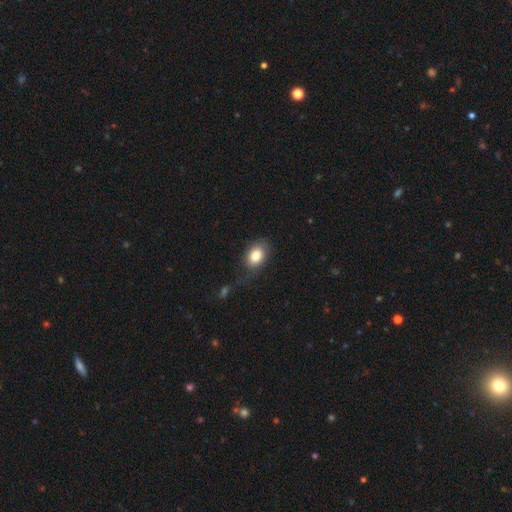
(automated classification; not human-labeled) A smooth galaxy with no disk features (81%) that is in between round and cigar-shaped (77%).

Vote fractions:
- Smooth or featured? smooth: 81% / featured or disk: 11% / star or artifact: 8%
- How rounded? in between: 77% / round: 22% / cigar-shaped: 1%
- Merging? none: 60% / minor disturbance: 24% / major disturbance: 13% / merger: 4%